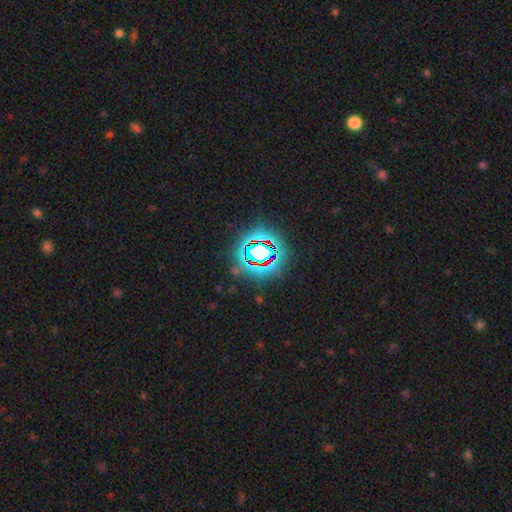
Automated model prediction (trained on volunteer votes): This is likely a star or artifact rather than a galaxy (70%).